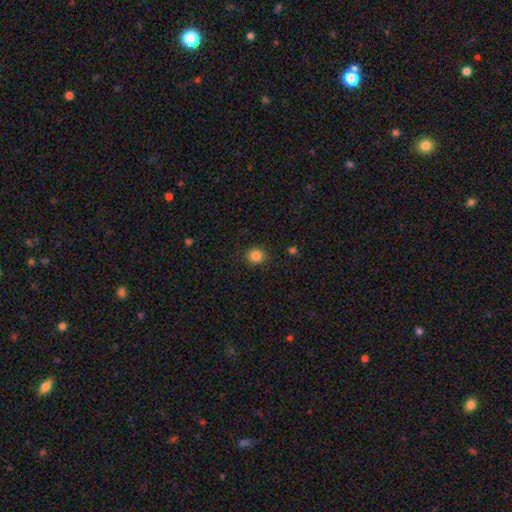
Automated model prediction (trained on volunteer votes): This appears to be a smooth galaxy with no disk features (85%) that is round (87%). Merging: none (87%).